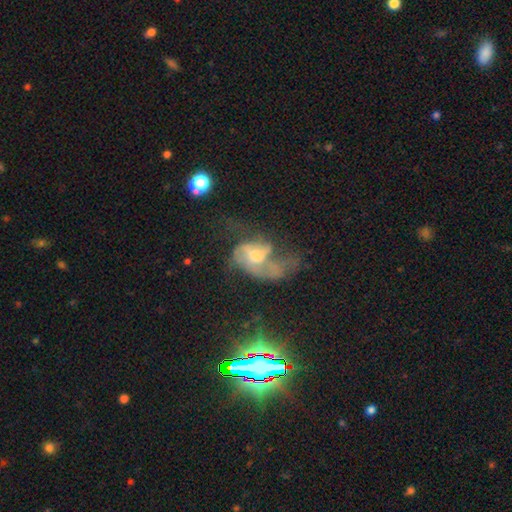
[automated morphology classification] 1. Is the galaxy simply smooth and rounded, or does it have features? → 64% featured or disk, 22% smooth, 14% star or artifact.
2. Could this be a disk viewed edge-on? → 96% no, 4% yes.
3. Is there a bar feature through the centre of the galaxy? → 64% no, 29% weak, 7% strong.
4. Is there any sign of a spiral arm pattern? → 65% yes, 35% no.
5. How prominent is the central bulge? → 60% moderate, 21% small, 12% large, 5% none, 2% dominant.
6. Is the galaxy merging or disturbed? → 52% major disturbance, 22% none, 16% minor disturbance, 10% merger.